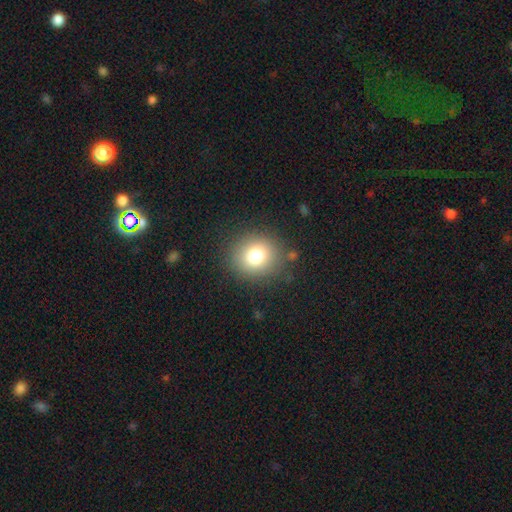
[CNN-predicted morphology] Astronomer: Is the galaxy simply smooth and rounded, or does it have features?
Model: smooth — 78%.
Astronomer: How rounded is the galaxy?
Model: round — 79%.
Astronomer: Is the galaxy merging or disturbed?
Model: none — 85%.